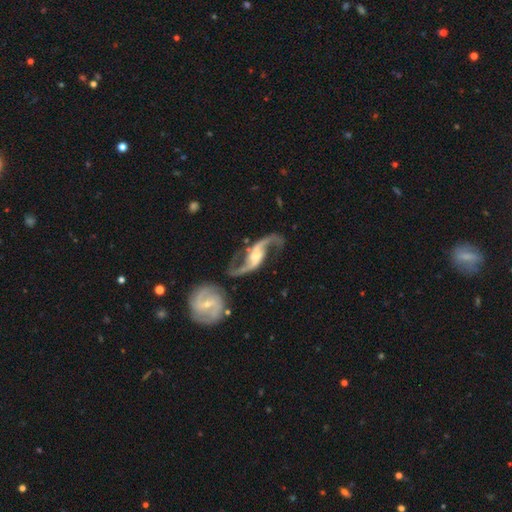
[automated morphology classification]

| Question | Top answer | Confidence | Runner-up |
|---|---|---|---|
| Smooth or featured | featured or disk | 92% | star or artifact (4%) |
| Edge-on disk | no | 96% | yes (4%) |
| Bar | weak | 44% | strong (28%) |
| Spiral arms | yes | 97% | no (3%) |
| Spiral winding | loose | 77% | medium (19%) |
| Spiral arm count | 2 | 94% | 1 (2%) |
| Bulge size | moderate | 39% | small (35%) |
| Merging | none | 63% | minor disturbance (15%) |